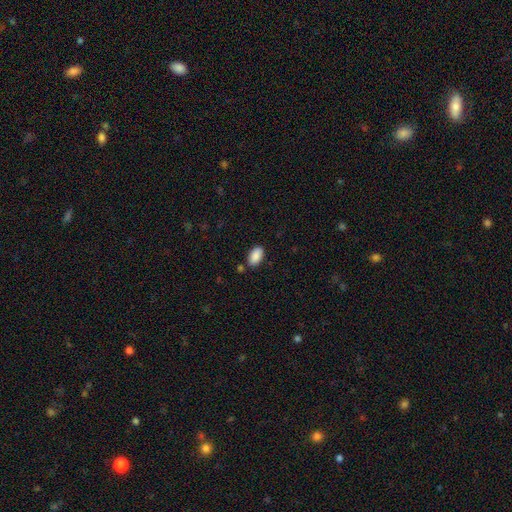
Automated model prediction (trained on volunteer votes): smooth_or_featured: smooth (p=0.89) [alt: star or artifact p=0.07]
how_rounded: in between (p=0.94) [alt: round p=0.04]
merging: none (p=0.82) [alt: minor disturbance p=0.11]